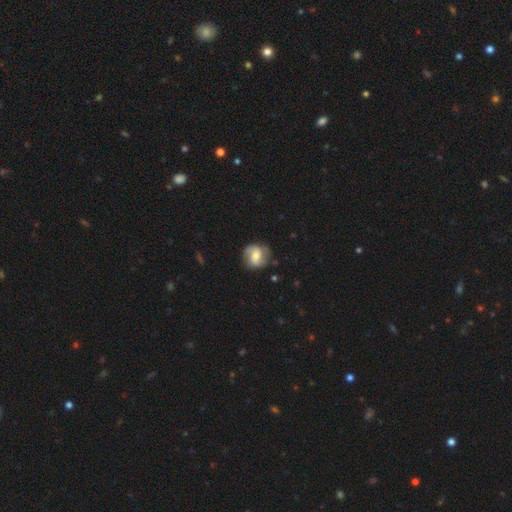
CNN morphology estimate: A featured or disk galaxy (57%) with a weak bar (44%), spiral arms (86%) and a moderate central bulge (58%).

Vote fractions:
- Smooth or featured? featured or disk: 57% / smooth: 35% / star or artifact: 7%
- Edge-on disk? no: 97% / yes: 3%
- Bar? weak: 44% / no: 38% / strong: 18%
- Spiral arms? yes: 86% / no: 14%
- Bulge size? moderate: 58% / small: 30% / large: 8% / none: 3% / dominant: 1%
- Merging? none: 76% / minor disturbance: 17% / major disturbance: 6% / merger: 2%